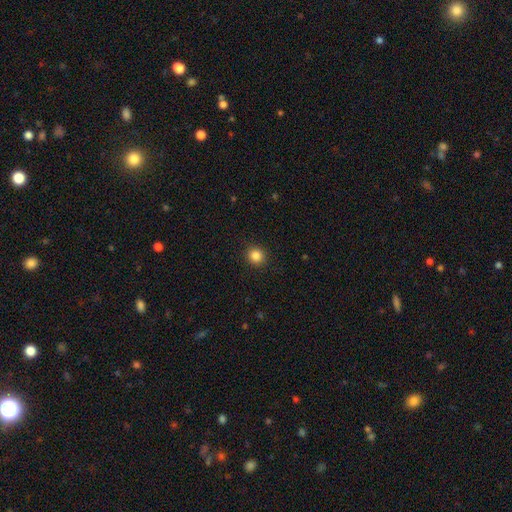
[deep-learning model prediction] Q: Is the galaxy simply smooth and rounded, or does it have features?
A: smooth — 85%.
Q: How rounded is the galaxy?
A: round — 90%.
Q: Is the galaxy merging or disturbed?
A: none — 92%.